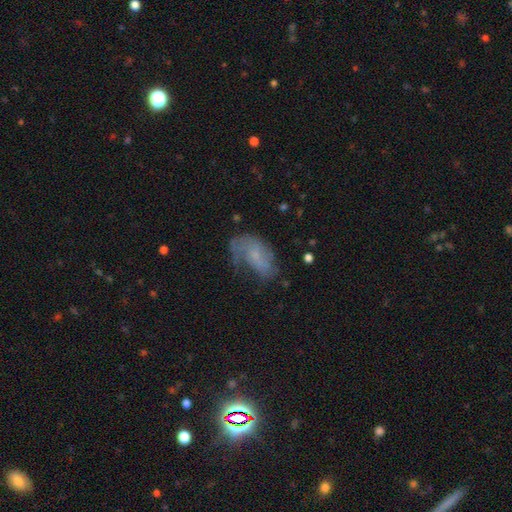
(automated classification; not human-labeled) A featured or disk galaxy (52%) with no bar (69%), spiral arms (73%) and a small central bulge (51%).

Vote fractions:
- Smooth or featured? featured or disk: 52% / smooth: 37% / star or artifact: 11%
- Edge-on disk? no: 96% / yes: 4%
- Bar? no: 69% / weak: 26% / strong: 5%
- Spiral arms? yes: 73% / no: 27%
- Bulge size? small: 51% / none: 32% / moderate: 14% / large: 2% / dominant: 1%
- Merging? none: 39% / major disturbance: 32% / minor disturbance: 26% / merger: 3%